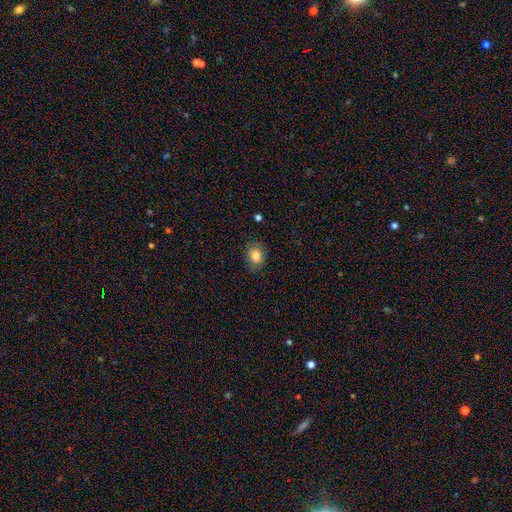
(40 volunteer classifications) smooth_or_featured: smooth (p=0.80) [alt: featured or disk p=0.10]
how_rounded: round (p=0.66) [alt: in between p=0.34]
merging: none (p=0.81) [alt: minor disturbance p=0.14]